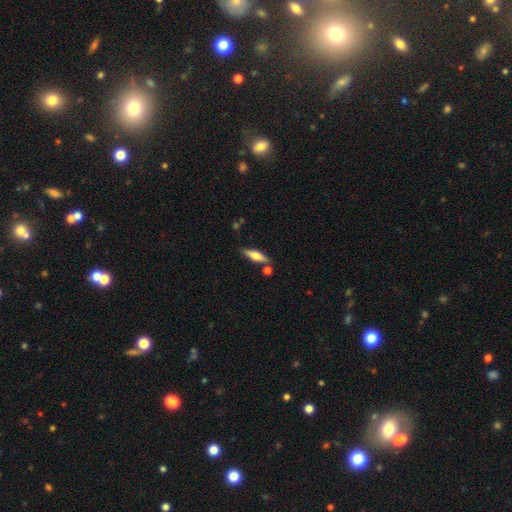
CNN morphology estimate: smooth 49%, featured or disk 44%, star or artifact 7%. Down the decision tree: merging — none (78%).